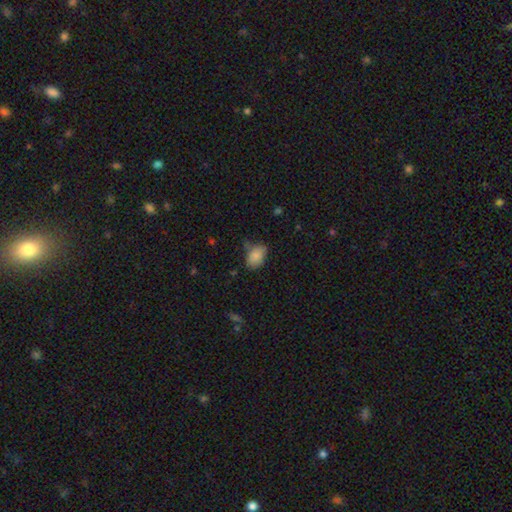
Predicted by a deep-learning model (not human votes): Q: Smooth or featured?
A: smooth (84%); runner-up: star or artifact (8%)
Q: How rounded?
A: in between (82%); runner-up: round (16%)
Q: Merging?
A: none (57%); runner-up: minor disturbance (31%)